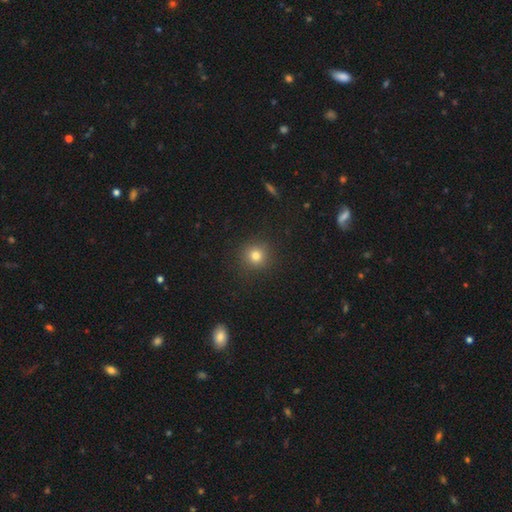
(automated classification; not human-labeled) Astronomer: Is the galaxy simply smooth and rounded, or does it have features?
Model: smooth — 79%.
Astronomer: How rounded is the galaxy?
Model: round — 93%.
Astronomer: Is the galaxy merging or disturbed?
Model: none — 91%.